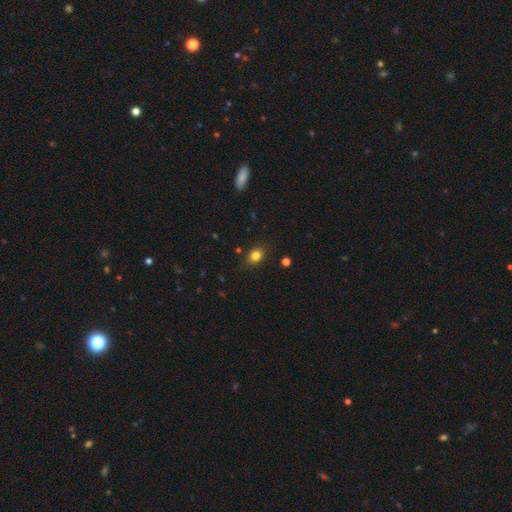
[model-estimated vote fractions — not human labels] smooth-or-featured: smooth: 82% | star or artifact: 12% | featured or disk: 7%
  how-rounded: in between: 60% | round: 39% | cigar-shaped: 1%
  merging: none: 83% | minor disturbance: 13% | major disturbance: 3% | merger: 2%